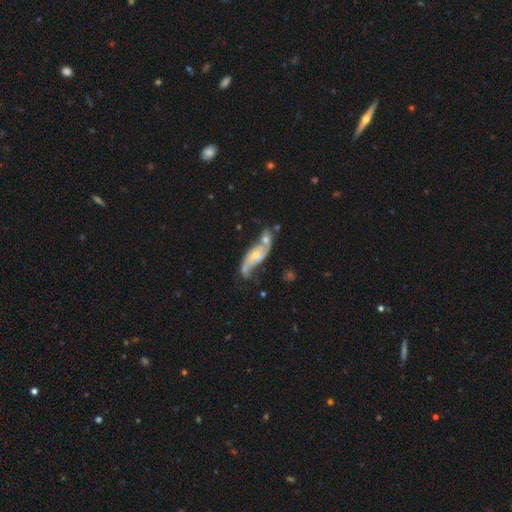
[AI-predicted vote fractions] Q: Smooth or featured?
A: featured or disk (75%); runner-up: smooth (18%)
Q: Edge-on disk?
A: no (87%); runner-up: yes (13%)
Q: Bar?
A: no (66%); runner-up: weak (27%)
Q: Spiral arms?
A: yes (84%); runner-up: no (16%)
Q: Spiral winding?
A: loose (63%); runner-up: medium (26%)
Q: Spiral arm count?
A: 2 (83%); runner-up: can't tell (9%)
Q: Bulge size?
A: small (52%); runner-up: moderate (41%)
Q: Merging?
A: none (36%); runner-up: merger (31%)